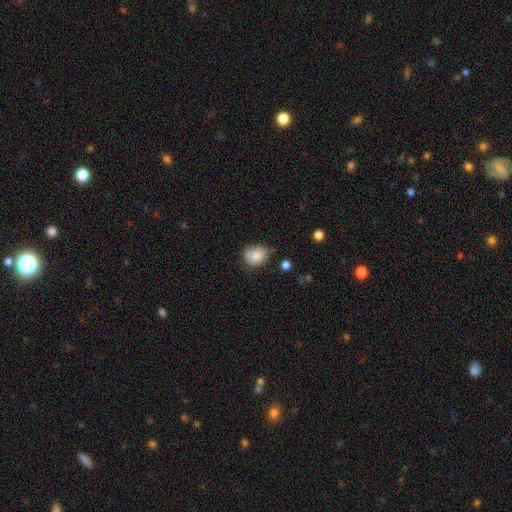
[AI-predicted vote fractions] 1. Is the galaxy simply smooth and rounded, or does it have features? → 81% smooth, 10% featured or disk, 9% star or artifact.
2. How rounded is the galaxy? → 51% round, 48% in between, 1% cigar-shaped.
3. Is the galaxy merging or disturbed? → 55% none, 34% minor disturbance, 8% major disturbance, 3% merger.